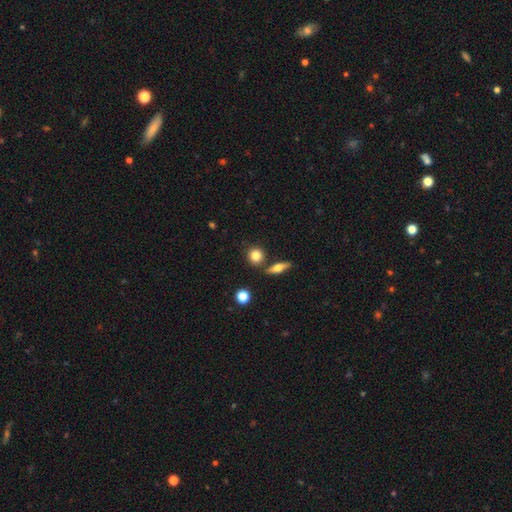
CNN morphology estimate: Smooth or featured: smooth — 81% (featured or disk — 10%)
How rounded: round — 83% (in between — 14%)
Merging: none — 78% (merger — 10%)